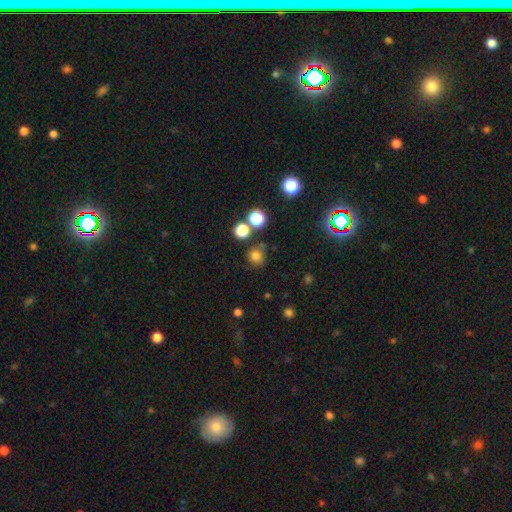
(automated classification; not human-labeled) Smooth or featured: smooth — 75% (star or artifact — 19%)
How rounded: round — 87% (in between — 12%)
Merging: none — 74% (minor disturbance — 12%)